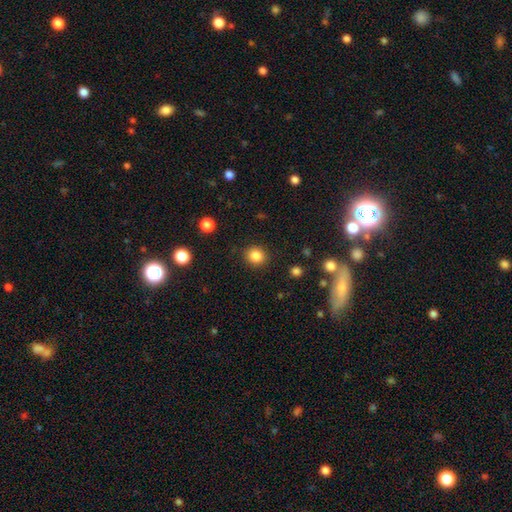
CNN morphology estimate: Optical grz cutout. It shows a smooth galaxy with no disk features (84%) that is round (87%). Merging: none (89%).